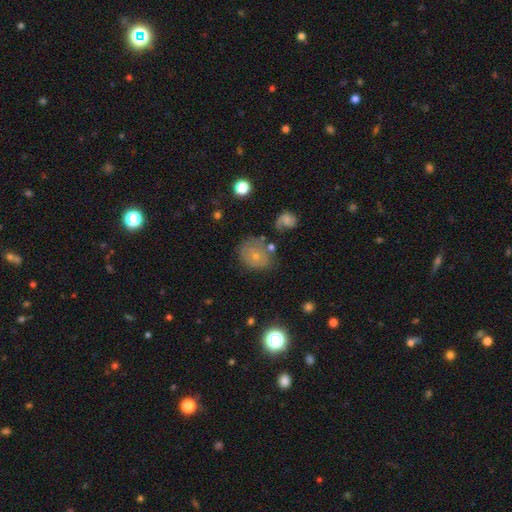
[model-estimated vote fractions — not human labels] smooth 51%, featured or disk 35%, star or artifact 14%. Down the decision tree: how rounded — round (64%); merging — none (57%).